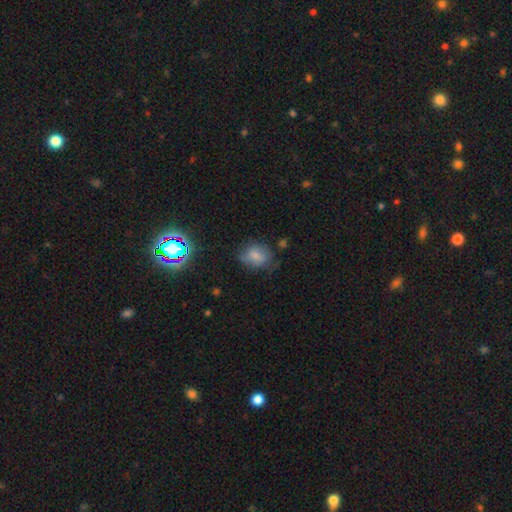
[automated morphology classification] This appears to be a smooth galaxy with no disk features (72%) that is in between round and cigar-shaped (64%). Merging: none (58%).